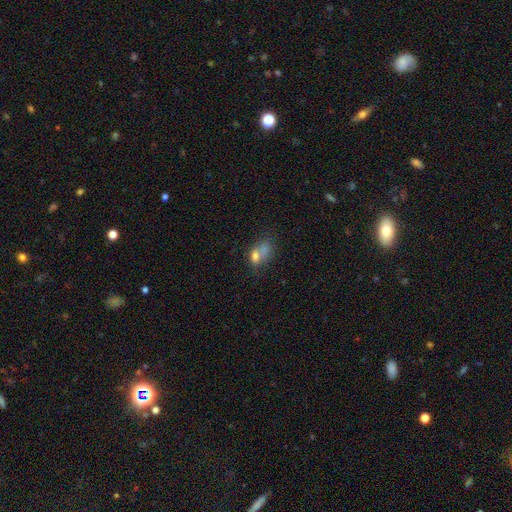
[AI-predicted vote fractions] Smooth or featured: smooth — 66% (featured or disk — 21%)
How rounded: in between — 61% (round — 37%)
Merging: merger — 58% (none — 25%)